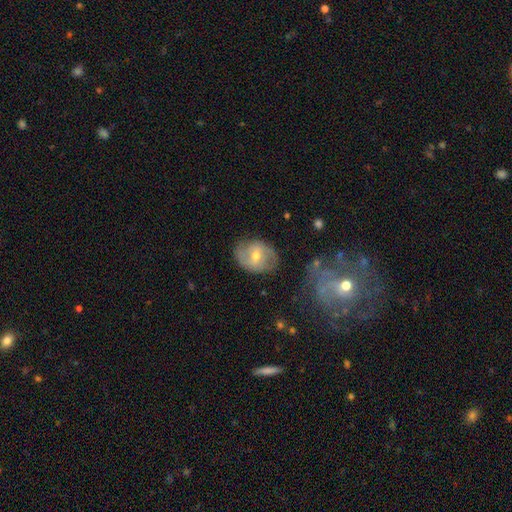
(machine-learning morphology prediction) Smooth or featured? Predicted: featured or disk (p=0.57). Edge-on disk? Predicted: no (p=0.96). Bar? Predicted: weak (p=0.49). Spiral arms? Predicted: yes (p=0.69). Bulge size? Predicted: moderate (p=0.64). Merging? Predicted: none (p=0.72).